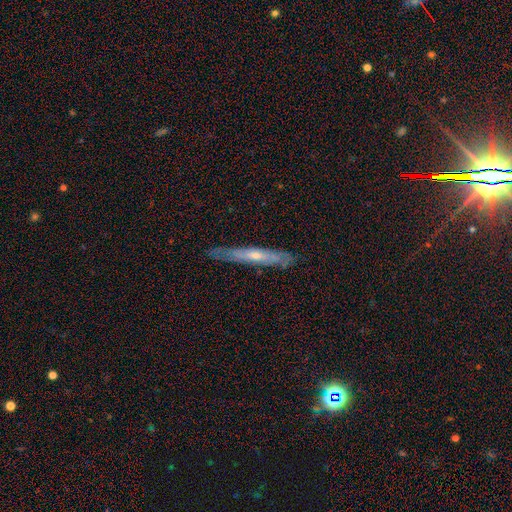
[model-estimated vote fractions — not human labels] Smooth or featured? featured or disk (63%)
Edge-on disk? yes (80%)
Merging? none (82%)